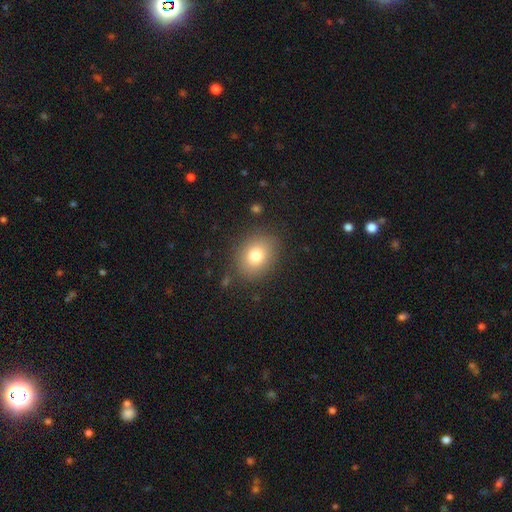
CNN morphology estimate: smooth-or-featured: smooth: 78% | star or artifact: 11% | featured or disk: 11%
  how-rounded: round: 53% | in between: 46% | cigar-shaped: 1%
  merging: none: 84% | minor disturbance: 10% | major disturbance: 4% | merger: 2%